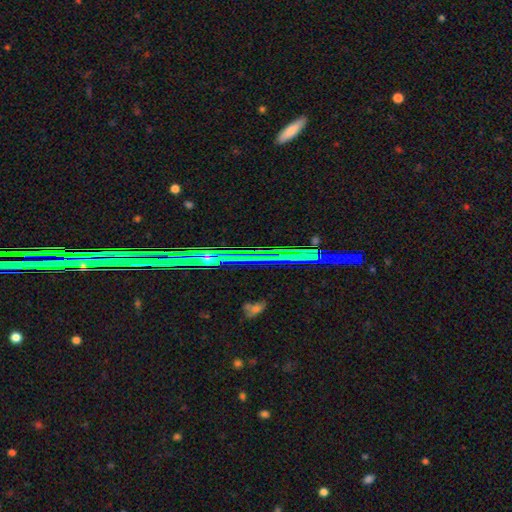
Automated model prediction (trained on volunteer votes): smooth-or-featured: star or artifact: 78% | featured or disk: 13% | smooth: 9%